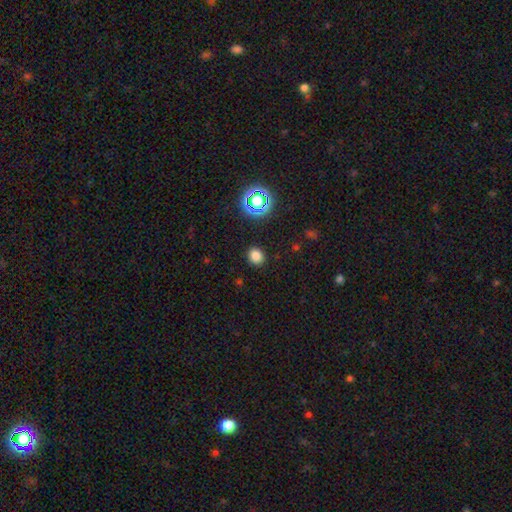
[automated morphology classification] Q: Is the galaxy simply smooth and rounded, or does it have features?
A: smooth — 79%.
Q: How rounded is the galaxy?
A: round — 68%.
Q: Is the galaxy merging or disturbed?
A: none — 89%.